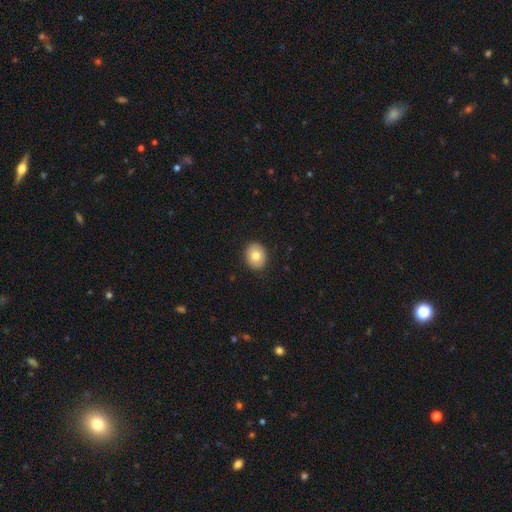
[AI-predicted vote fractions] Smooth or featured: smooth — 79% (featured or disk — 13%)
How rounded: round — 55% (in between — 44%)
Merging: none — 90% (minor disturbance — 7%)